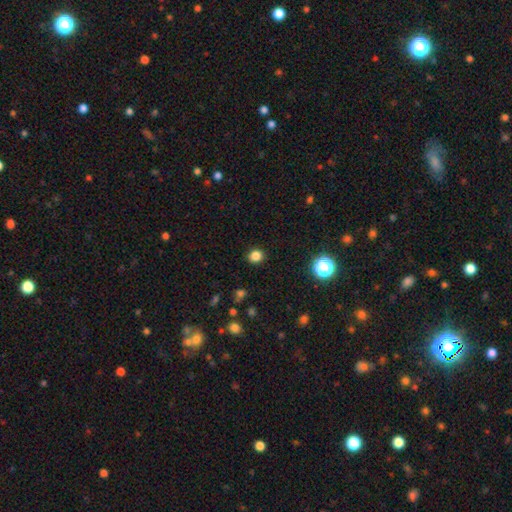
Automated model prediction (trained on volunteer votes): Overall: smooth (82%). How rounded: round (83%). Merging: none (90%).